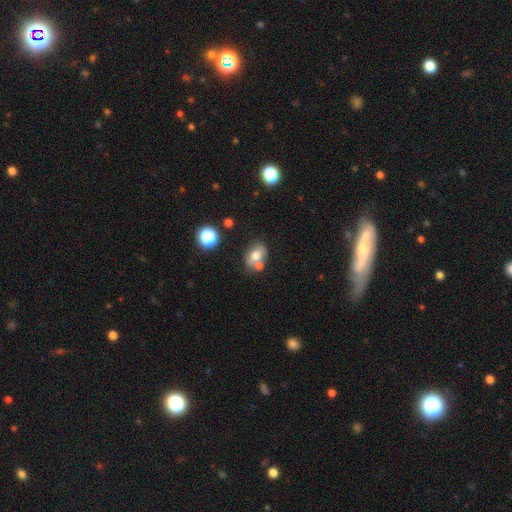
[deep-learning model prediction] Q: Smooth or featured?
A: smooth (64%); runner-up: featured or disk (23%)
Q: How rounded?
A: in between (58%); runner-up: round (41%)
Q: Merging?
A: none (51%); runner-up: merger (30%)